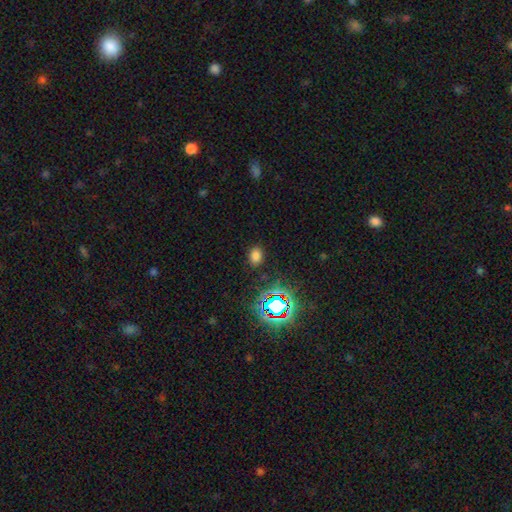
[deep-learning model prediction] smooth 70%, star or artifact 24%, featured or disk 6%. Down the decision tree: how rounded — in between (67%); merging — none (86%).